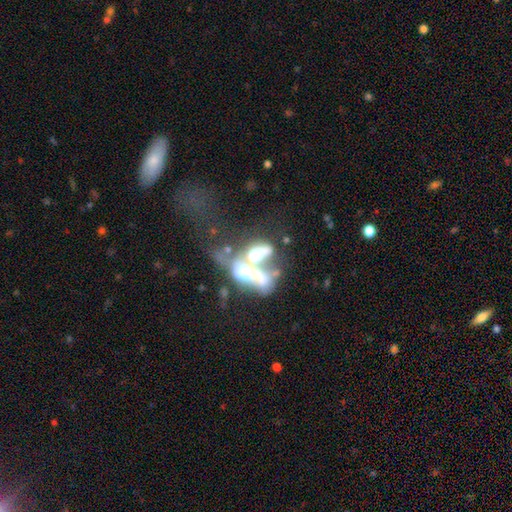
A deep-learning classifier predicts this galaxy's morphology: Smooth or featured?
  - featured or disk: 54% *
  - smooth: 30%
  - star or artifact: 16%
Edge-on disk?
  - no: 93% *
  - yes: 7%
Bar?
  - no: 79% *
  - weak: 11%
  - strong: 10%
Spiral arms?
  - no: 84% *
  - yes: 16%
Bulge size?
  - moderate: 29% * (tied)
  - large: 29% * (tied)
  - none: 20%
  - dominant: 13%
  - small: 8%
Merging?
  - merger: 71% *
  - major disturbance: 16%
  - none: 8%
  - minor disturbance: 4%